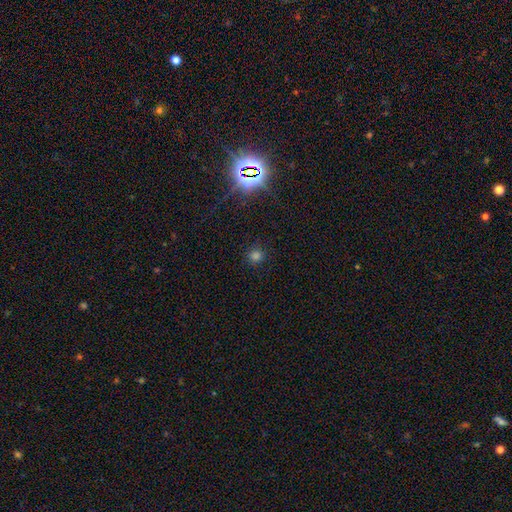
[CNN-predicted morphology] Smooth or featured? smooth (72%)
How rounded? round (93%)
Merging? none (88%)